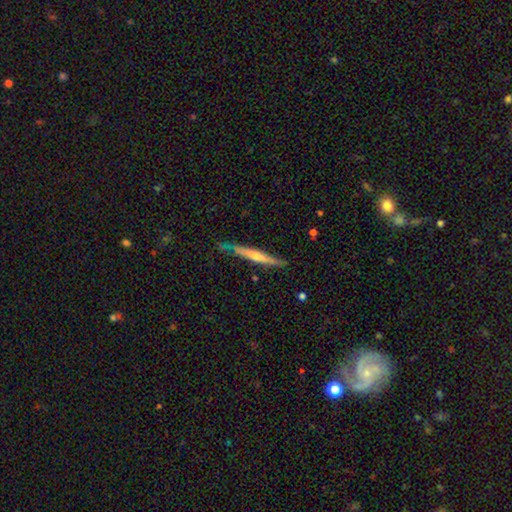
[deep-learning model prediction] Morphology: type=featured or disk (70%); edge-on=yes (97%); edge-on bulge=rounded (70%); merging=none (83%).